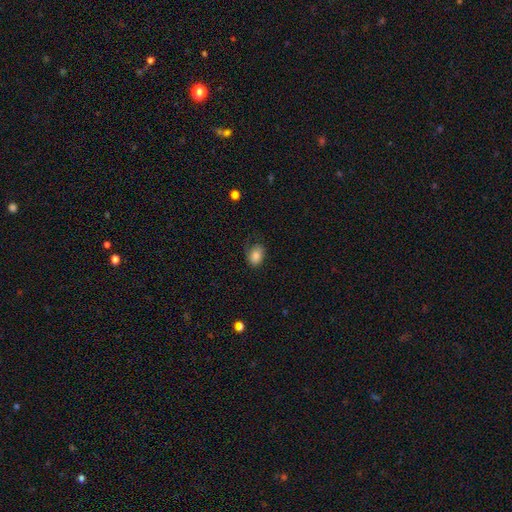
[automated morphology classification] A smooth galaxy with no disk features (84%) that is in between round and cigar-shaped (77%).

Vote fractions:
- Smooth or featured? smooth: 84% / star or artifact: 9% / featured or disk: 8%
- How rounded? in between: 77% / round: 22% / cigar-shaped: 1%
- Merging? none: 65% / minor disturbance: 25% / major disturbance: 9% / merger: 1%